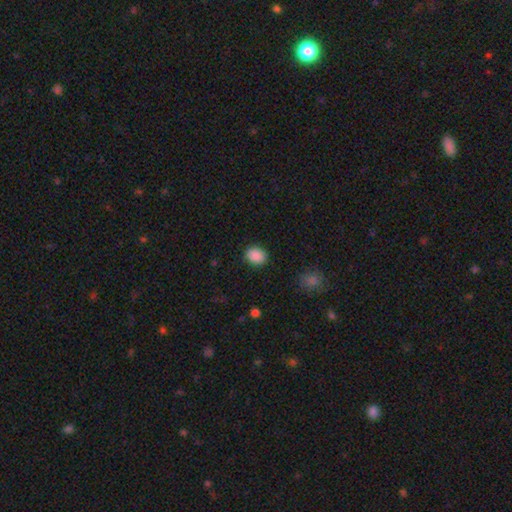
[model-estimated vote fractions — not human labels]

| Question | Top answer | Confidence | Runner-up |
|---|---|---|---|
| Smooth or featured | smooth | 89% | star or artifact (8%) |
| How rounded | round | 51% | in between (48%) |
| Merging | none | 88% | minor disturbance (8%) |